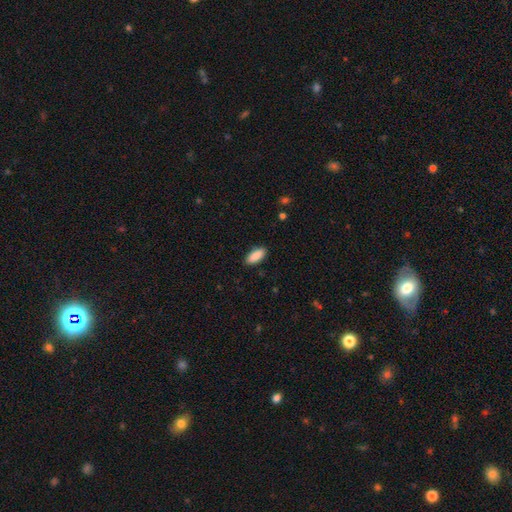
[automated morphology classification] This appears to be a smooth galaxy with no disk features (90%) that is in between round and cigar-shaped (84%). Merging: none (89%).